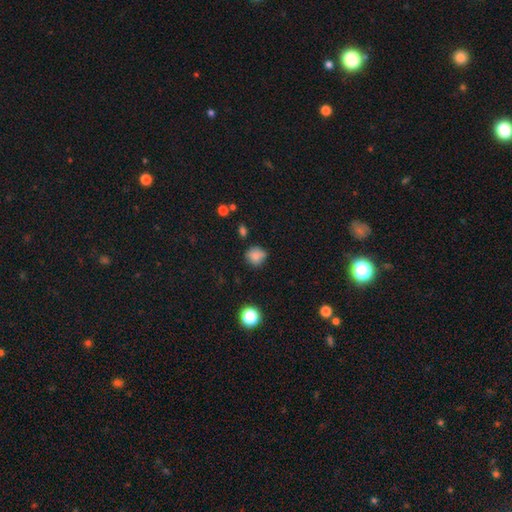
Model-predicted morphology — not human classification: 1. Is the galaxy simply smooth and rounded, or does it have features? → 82% smooth, 12% star or artifact, 7% featured or disk.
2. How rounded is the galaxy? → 83% round, 16% in between, 1% cigar-shaped.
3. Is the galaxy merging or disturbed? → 68% none, 23% minor disturbance, 5% major disturbance, 4% merger.